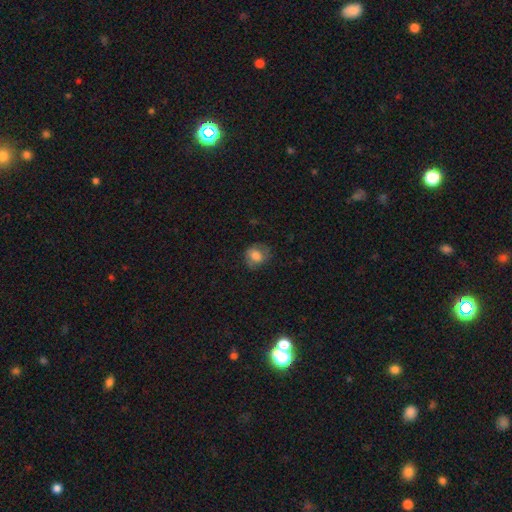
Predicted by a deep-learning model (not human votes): This appears to be a smooth galaxy with no disk features (71%) that is round (63%). Merging: none (68%).